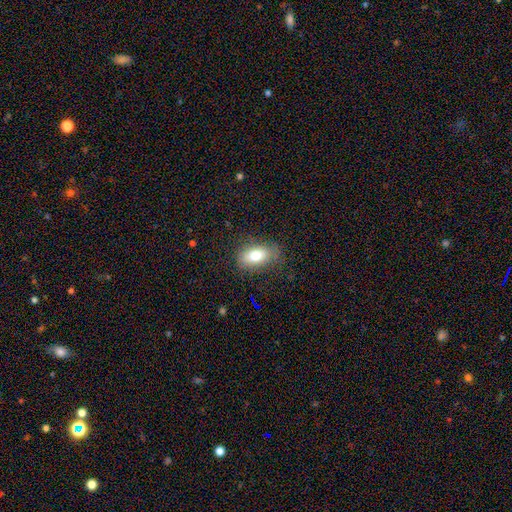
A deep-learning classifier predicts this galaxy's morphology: This appears to be a smooth galaxy with no disk features (75%) that is in between round and cigar-shaped (87%). Merging: none (76%).